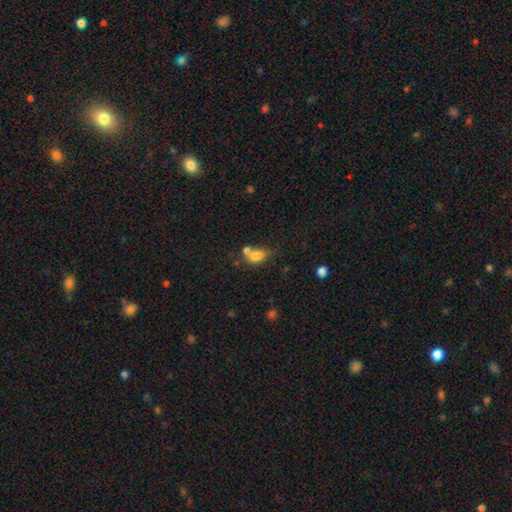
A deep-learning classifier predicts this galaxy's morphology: Smooth or featured? Predicted: smooth (p=0.73). How rounded? Predicted: in between (p=0.76). Merging? Predicted: merger (p=0.48).